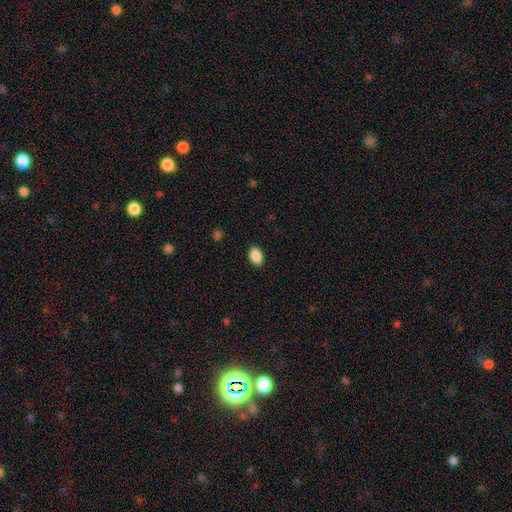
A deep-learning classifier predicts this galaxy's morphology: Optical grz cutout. It shows a smooth galaxy with no disk features (89%) that is in between round and cigar-shaped (90%). Merging: none (89%).